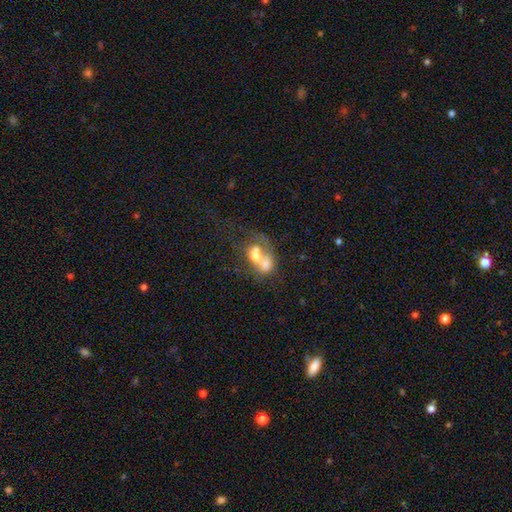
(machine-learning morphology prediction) Overall: smooth (51%; featured or disk 39%). How rounded: in between (60%; round 38%). Merging: merger (73%).